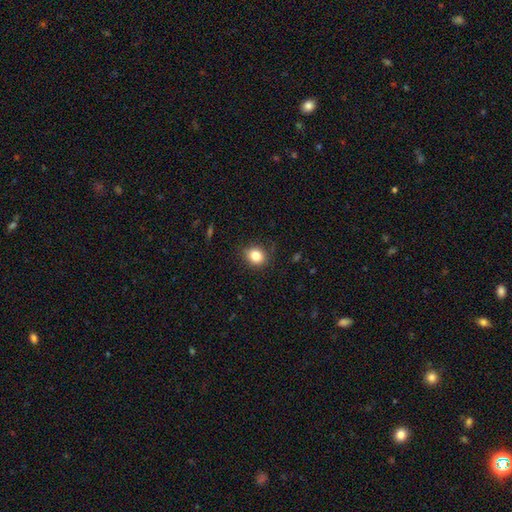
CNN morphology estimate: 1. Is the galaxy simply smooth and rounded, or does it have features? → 83% smooth, 11% star or artifact, 6% featured or disk.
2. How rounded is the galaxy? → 68% round, 31% in between, 1% cigar-shaped.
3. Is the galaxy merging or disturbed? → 85% none, 11% minor disturbance, 3% major disturbance, 1% merger.